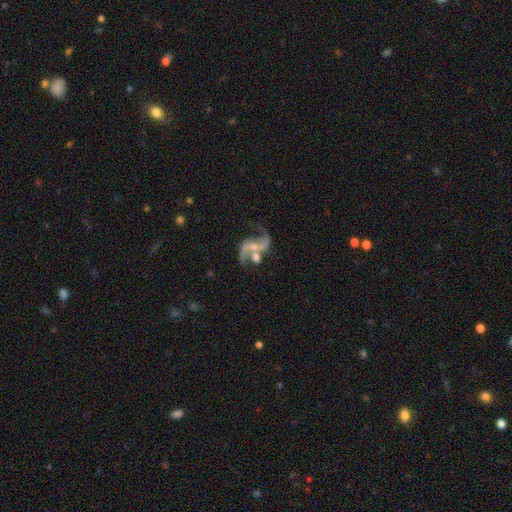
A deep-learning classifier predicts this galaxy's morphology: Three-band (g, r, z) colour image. It shows a featured or disk galaxy (86%) with no bar (44%), 2 (91%) loose (75%) spiral arms (94%) and a small central bulge (50%). Merging: none (45%).